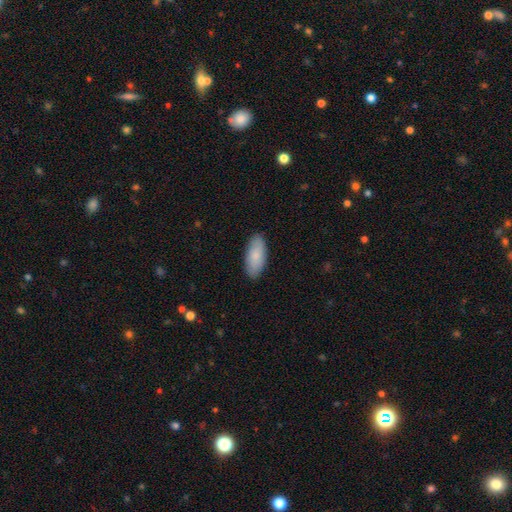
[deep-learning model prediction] This is clearly a smooth galaxy (85%). How rounded: clearly in between (87%). Merging: clearly none (88%).